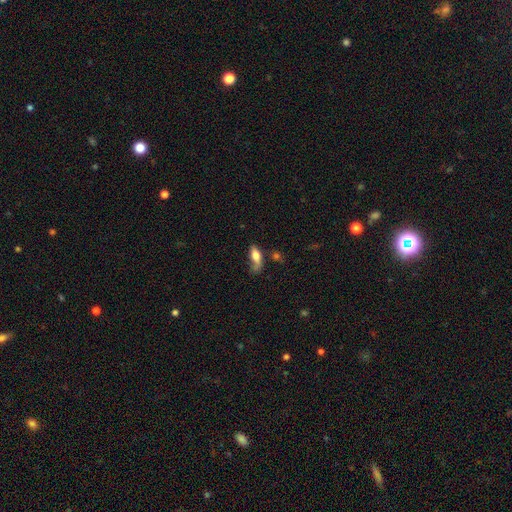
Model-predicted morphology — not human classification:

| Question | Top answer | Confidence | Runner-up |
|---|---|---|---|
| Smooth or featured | smooth | 71% | featured or disk (21%) |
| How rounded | in between | 75% | cigar-shaped (21%) |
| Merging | none | 32% | minor disturbance (30%) |